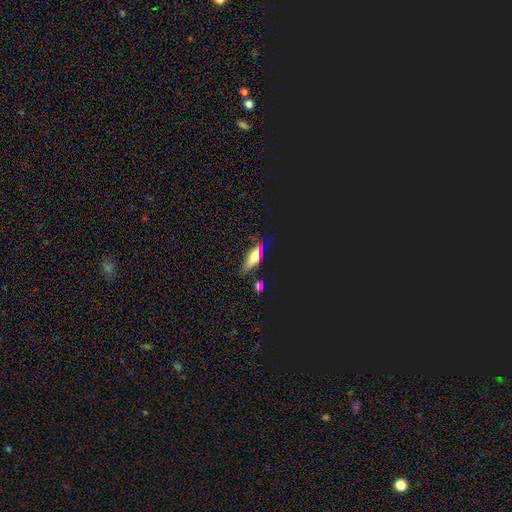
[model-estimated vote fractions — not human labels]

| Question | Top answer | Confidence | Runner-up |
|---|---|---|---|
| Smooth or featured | smooth | 57% | star or artifact (29%) |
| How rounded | in between | 70% | cigar-shaped (22%) |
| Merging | none | 68% | minor disturbance (20%) |